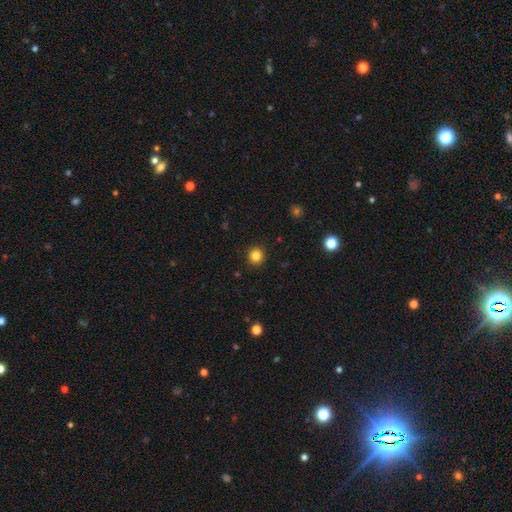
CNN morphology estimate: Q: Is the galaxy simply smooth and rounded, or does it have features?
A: smooth — 83%.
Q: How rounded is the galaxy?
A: round — 93%.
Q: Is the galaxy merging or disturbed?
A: none — 92%.